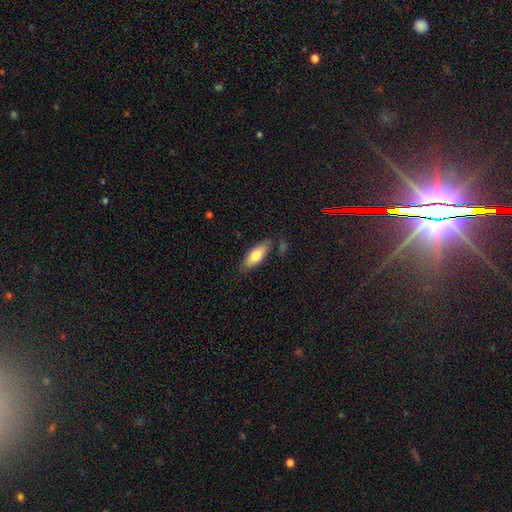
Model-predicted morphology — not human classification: Overall: smooth (71%). How rounded: in between (71%). Merging: none (78%).